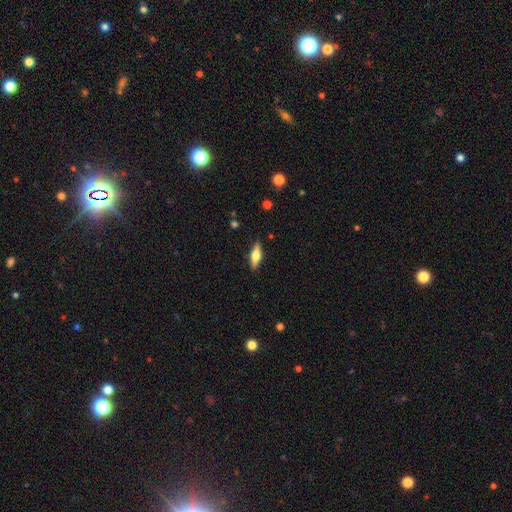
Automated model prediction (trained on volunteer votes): The model was most divided on "smooth or featured": featured or disk: 55%, smooth: 39%, star or artifact: 7%. More confident: edge-on disk — yes (94%); edge-on bulge — rounded (92%); merging — none (88%).